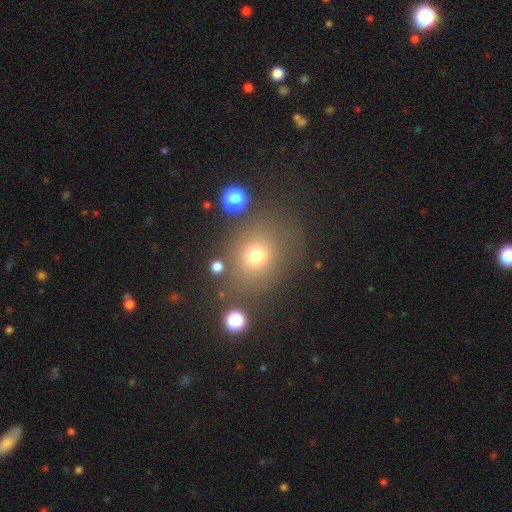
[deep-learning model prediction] A smooth galaxy with no disk features (71%) that is round (66%). Merging: none (72%).